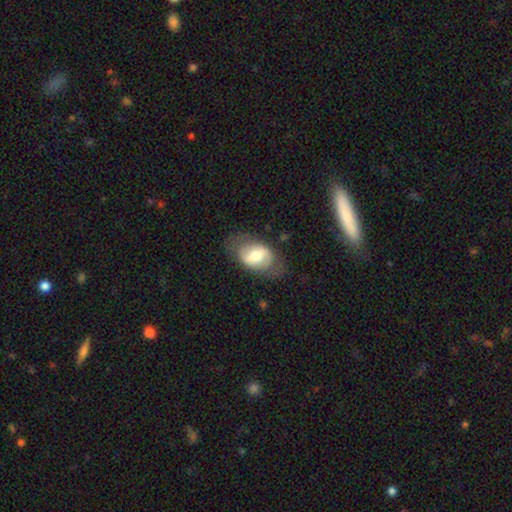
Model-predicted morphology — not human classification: smooth_or_featured: smooth (p=0.52) [alt: featured or disk p=0.41]
how_rounded: in between (p=0.87) [alt: round p=0.12]
merging: none (p=0.67) [alt: minor disturbance p=0.20]